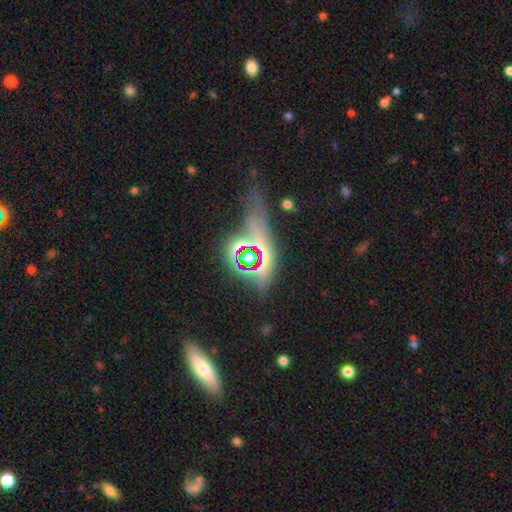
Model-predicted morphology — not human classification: star or artifact 60%, smooth 23%, featured or disk 17%.